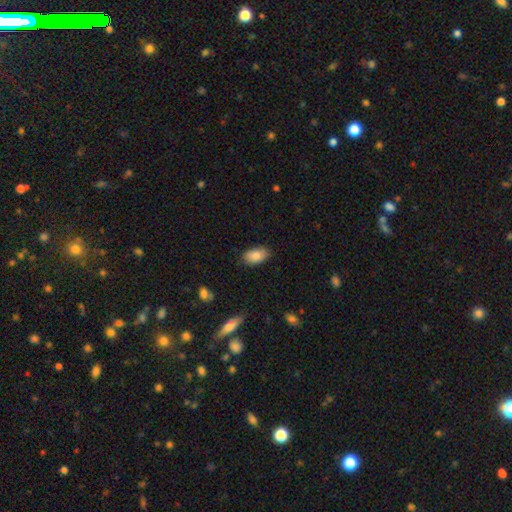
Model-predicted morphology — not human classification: Smooth or featured? smooth (85%)
How rounded? in between (93%)
Merging? none (80%)